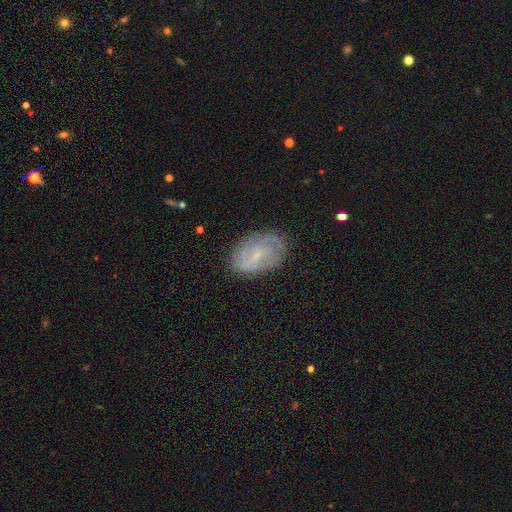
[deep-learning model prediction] Morphology: type=featured or disk (63%); edge-on=no (96%); bar=weak (50%); spiral arms=yes (82%); bulge=small (67%); merging=none (73%).